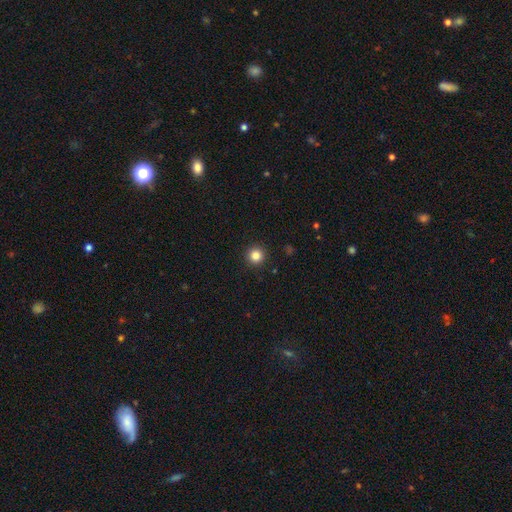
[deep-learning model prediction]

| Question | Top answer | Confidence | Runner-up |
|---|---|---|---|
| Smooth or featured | smooth | 84% | star or artifact (12%) |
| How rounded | round | 96% | in between (3%) |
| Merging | none | 93% | minor disturbance (4%) |